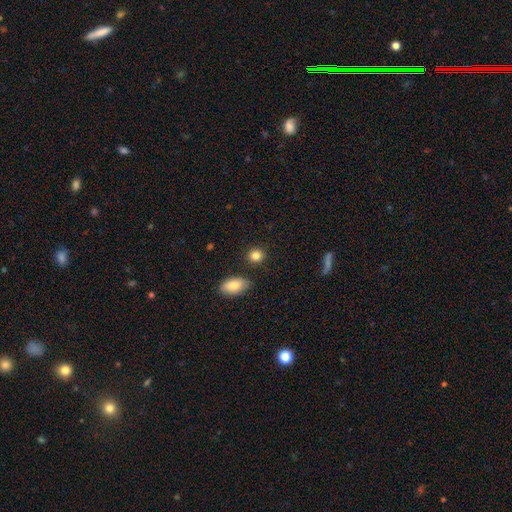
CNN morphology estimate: smooth_or_featured: smooth (p=0.84) [alt: star or artifact p=0.10]
how_rounded: round (p=0.79) [alt: in between p=0.20]
merging: none (p=0.86) [alt: minor disturbance p=0.08]